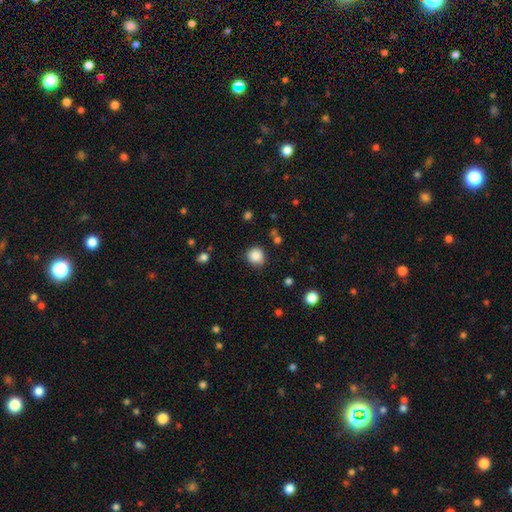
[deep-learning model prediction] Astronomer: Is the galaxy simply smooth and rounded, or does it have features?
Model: smooth — 87%.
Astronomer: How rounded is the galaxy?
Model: round — 90%.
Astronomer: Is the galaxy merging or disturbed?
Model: none — 85%.